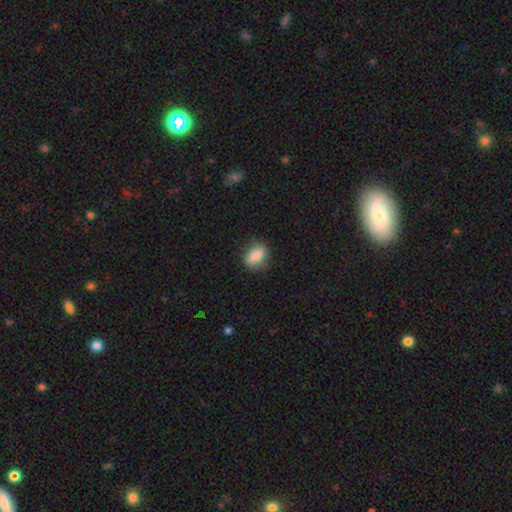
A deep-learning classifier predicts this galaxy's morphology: smooth 83%, featured or disk 10%, star or artifact 8%. Down the decision tree: how rounded — in between (74%); merging — none (80%).